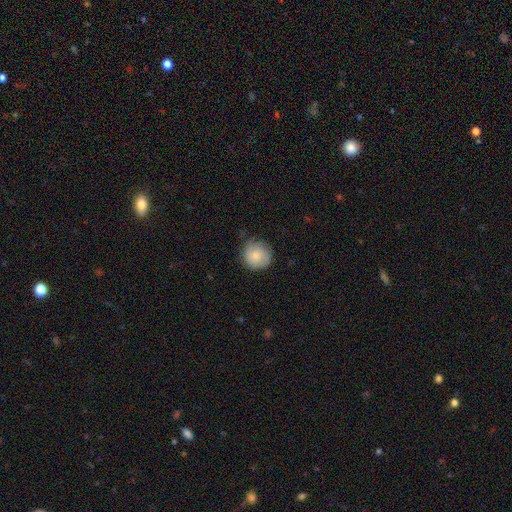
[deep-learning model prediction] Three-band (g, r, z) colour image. It shows a smooth galaxy with no disk features (79%) that is round (92%). Merging: none (70%).